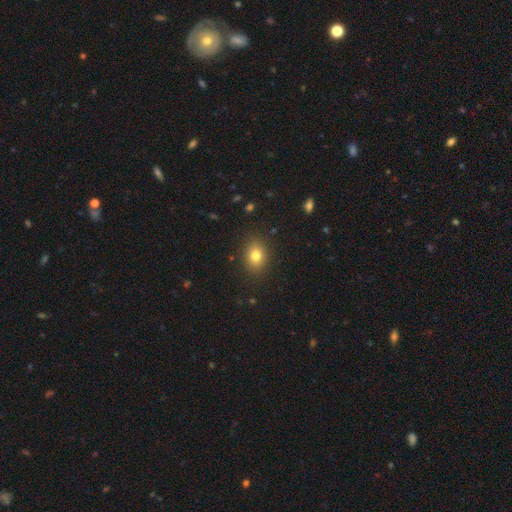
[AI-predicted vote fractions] The model was most divided on "how rounded": in between: 63%, round: 36%, cigar-shaped: 1%. More confident: merging — none (87%); smooth or featured — smooth (79%).